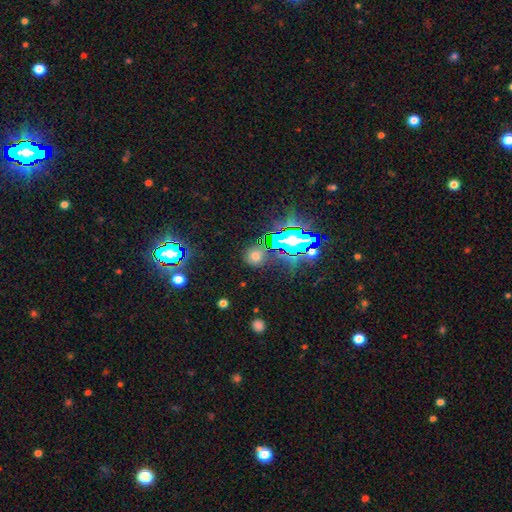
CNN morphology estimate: smooth 52%, star or artifact 39%, featured or disk 9%. Down the decision tree: how rounded — round (85%); merging — none (82%).